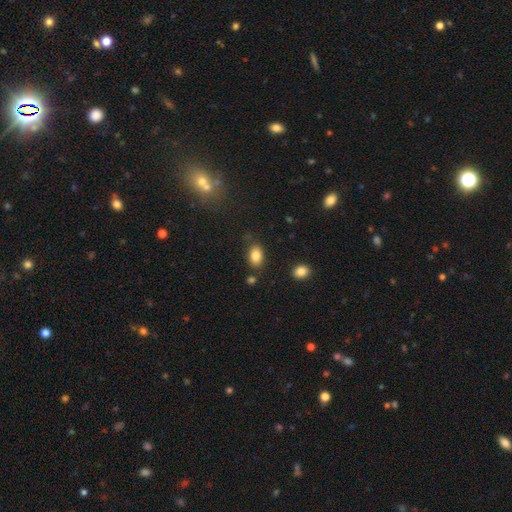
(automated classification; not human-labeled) This appears to be a smooth galaxy with no disk features (85%) that is in between round and cigar-shaped (85%). Merging: none (80%).